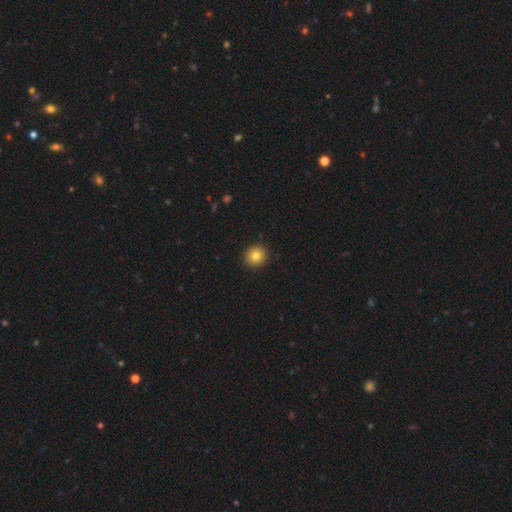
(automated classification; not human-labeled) Q: Smooth or featured?
A: smooth (81%); runner-up: star or artifact (10%)
Q: How rounded?
A: round (90%); runner-up: in between (9%)
Q: Merging?
A: none (92%); runner-up: minor disturbance (5%)